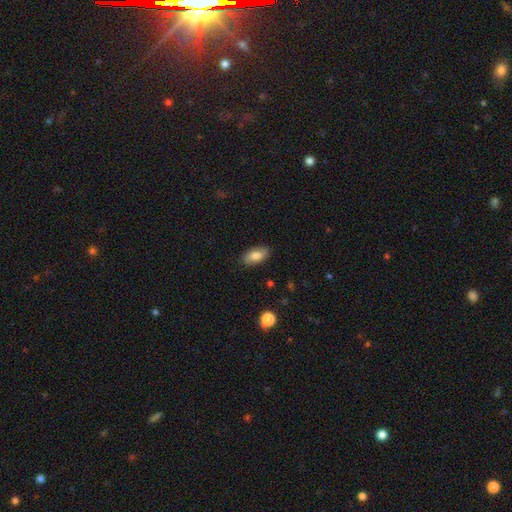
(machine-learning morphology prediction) type=smooth (80%); roundness=in between (92%); merging=none (85%).